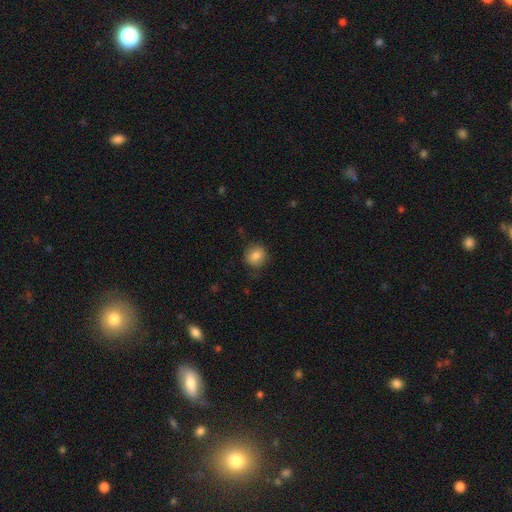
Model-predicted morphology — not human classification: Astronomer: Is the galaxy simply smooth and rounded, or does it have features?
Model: smooth — 84%.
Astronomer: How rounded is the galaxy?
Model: round — 81%.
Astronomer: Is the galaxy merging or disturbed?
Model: none — 84%.